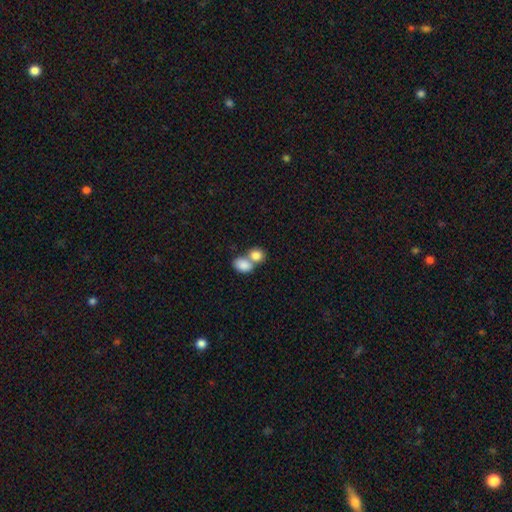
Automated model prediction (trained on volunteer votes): Overall: smooth (84%). How rounded: in between (49%, tied with round). Merging: merger (63%; none 28%).